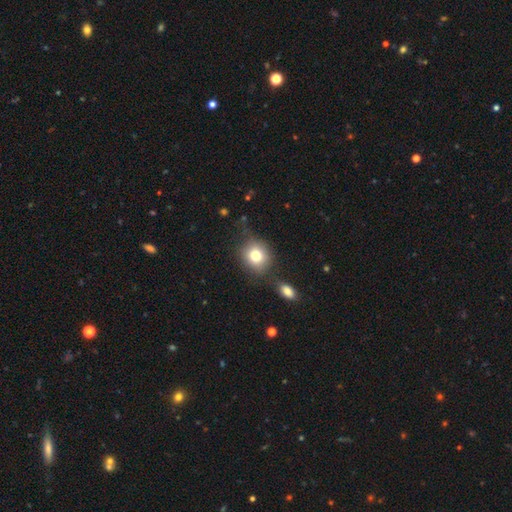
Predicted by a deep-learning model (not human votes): Overall: smooth (77%). How rounded: round (77%). Merging: none (69%).